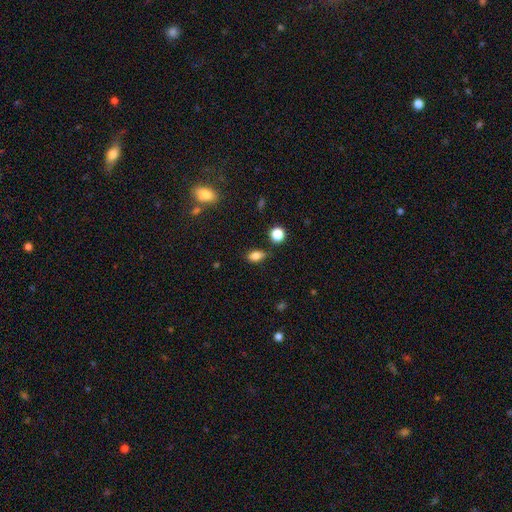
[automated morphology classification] This is clearly a smooth galaxy (82%). How rounded: clearly in between (82%). Merging: likely none (72%).